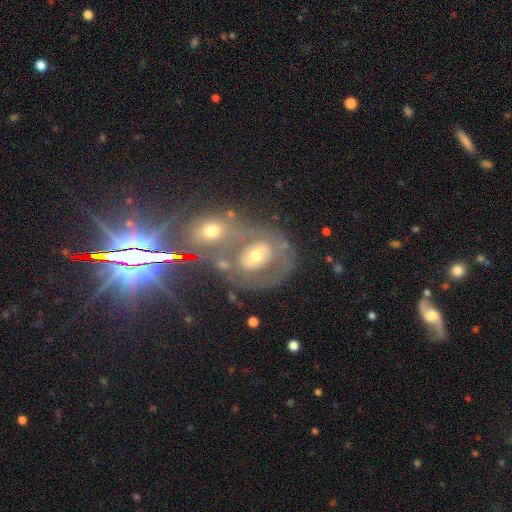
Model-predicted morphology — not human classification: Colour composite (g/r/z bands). It shows a featured or disk galaxy (51%). Merging: merger (40%).